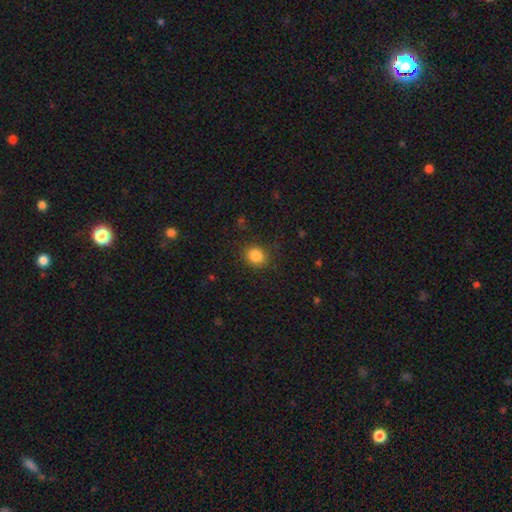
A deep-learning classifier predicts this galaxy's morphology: Q: Smooth or featured?
A: smooth (85%); runner-up: star or artifact (10%)
Q: How rounded?
A: round (70%); runner-up: in between (29%)
Q: Merging?
A: none (85%); runner-up: minor disturbance (10%)